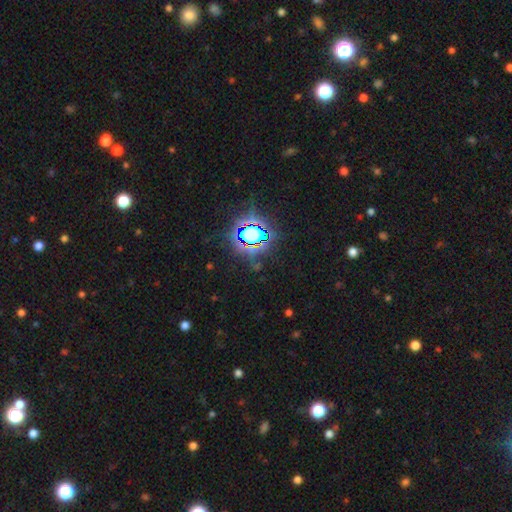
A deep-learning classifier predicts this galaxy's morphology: A star or artifact, not a galaxy (83%).

Vote fractions:
- Smooth or featured? star or artifact: 83% / smooth: 11% / featured or disk: 7%